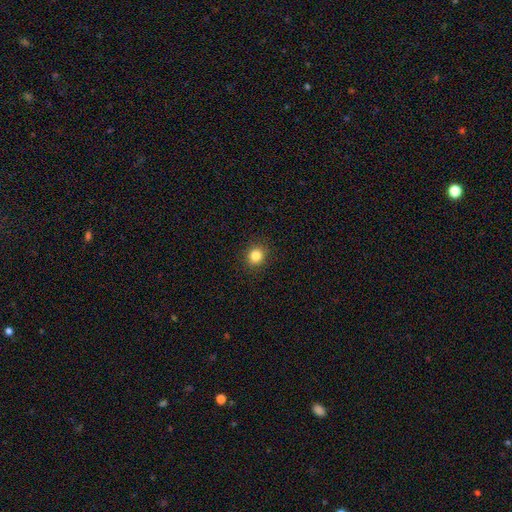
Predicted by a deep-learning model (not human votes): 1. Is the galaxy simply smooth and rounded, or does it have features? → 83% smooth, 12% star or artifact, 5% featured or disk.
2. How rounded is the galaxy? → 83% round, 16% in between, 1% cigar-shaped.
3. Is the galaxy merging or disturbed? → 91% none, 6% minor disturbance, 2% major disturbance, 1% merger.